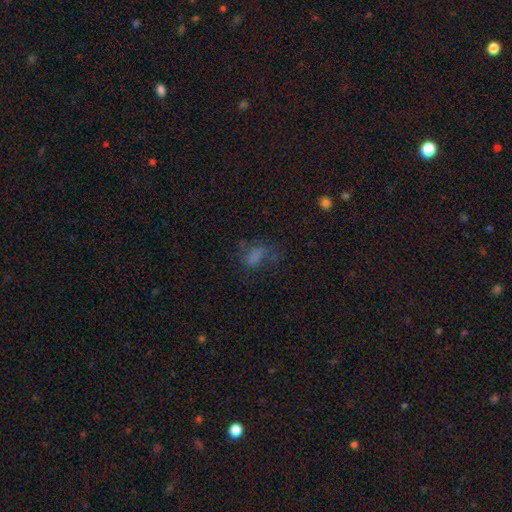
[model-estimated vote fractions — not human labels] Q: Smooth or featured?
A: smooth (57%); runner-up: star or artifact (22%)
Q: How rounded?
A: in between (79%); runner-up: round (16%)
Q: Merging?
A: none (43%); runner-up: major disturbance (29%)